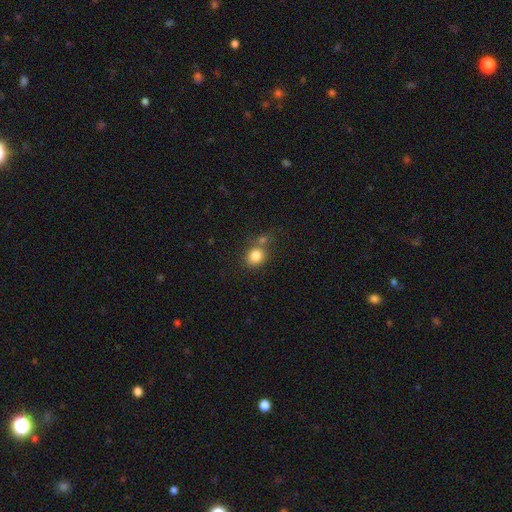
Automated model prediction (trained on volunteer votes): This is clearly a smooth galaxy (83%). How rounded: likely round (73%). Merging: possibly none (58%).